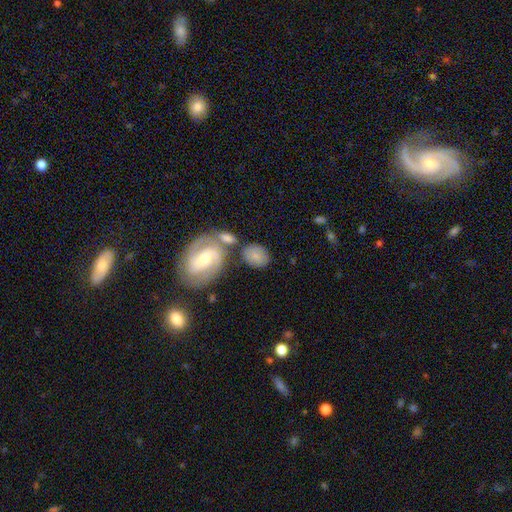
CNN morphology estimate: This appears to be a smooth galaxy with no disk features (62%) that is in between round and cigar-shaped (62%). Merging: none (55%).